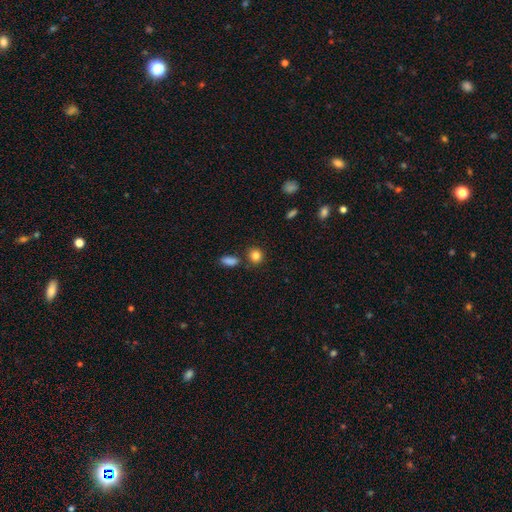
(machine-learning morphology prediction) A smooth galaxy with no disk features (85%) that is round (81%). Merging: none (78%).